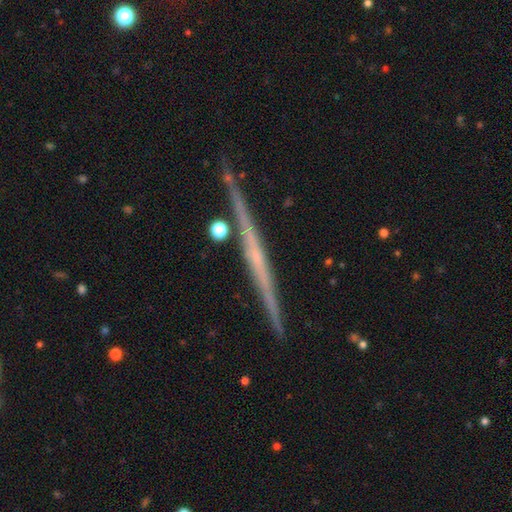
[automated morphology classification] This is likely a featured or disk galaxy (75%). It is clearly viewed edge-on (98%). Edge-on bulge: likely none (72%). Merging: clearly none (88%).